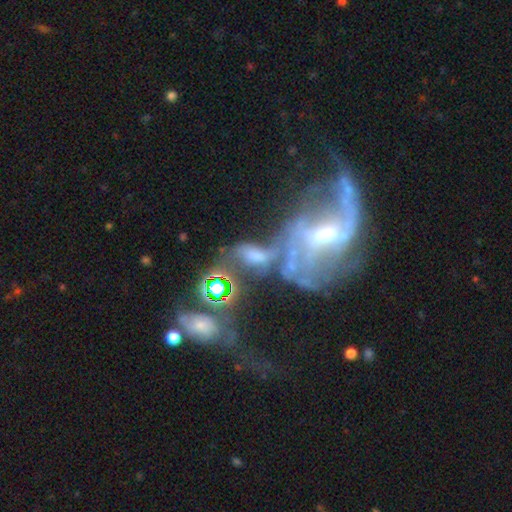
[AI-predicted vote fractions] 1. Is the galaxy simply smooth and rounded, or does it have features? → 38% featured or disk, 35% smooth, 27% star or artifact.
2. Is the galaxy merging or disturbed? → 57% merger, 19% major disturbance, 15% none, 9% minor disturbance.